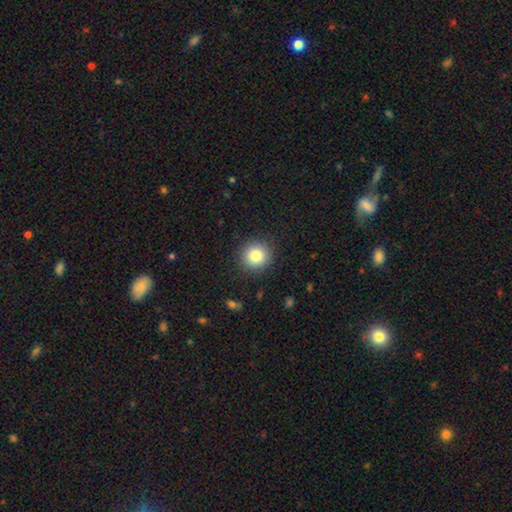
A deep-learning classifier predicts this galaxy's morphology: Smooth or featured? Predicted: smooth (p=0.83). How rounded? Predicted: round (p=0.93). Merging? Predicted: none (p=0.90).